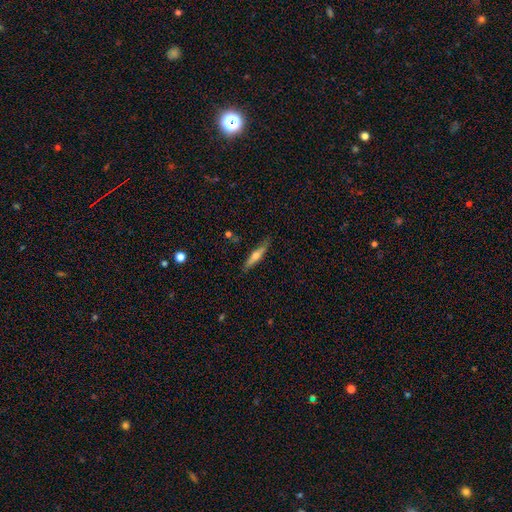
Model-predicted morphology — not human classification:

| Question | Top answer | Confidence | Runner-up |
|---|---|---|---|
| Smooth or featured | smooth | 49% | featured or disk (45%) |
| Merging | none | 85% | minor disturbance (11%) |